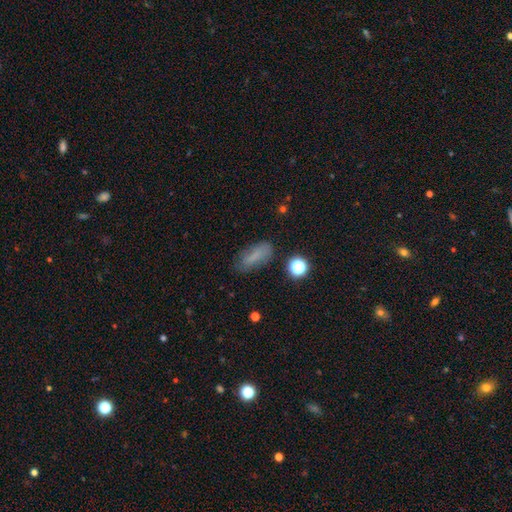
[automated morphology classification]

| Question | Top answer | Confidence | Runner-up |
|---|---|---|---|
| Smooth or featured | smooth | 71% | featured or disk (16%) |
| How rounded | in between | 70% | cigar-shaped (25%) |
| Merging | none | 70% | minor disturbance (20%) |